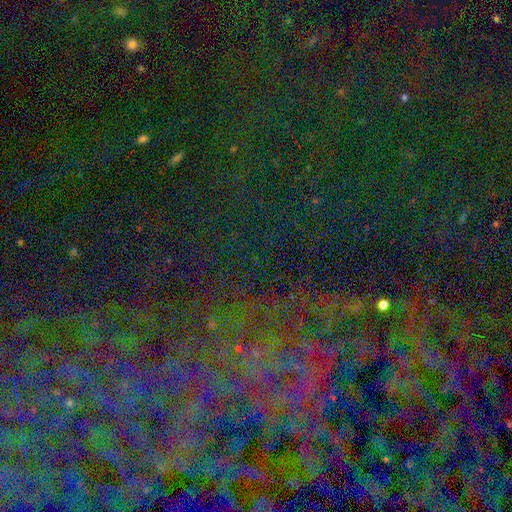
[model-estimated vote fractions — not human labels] Smooth or featured?
  - star or artifact: 77% *
  - featured or disk: 13%
  - smooth: 10%